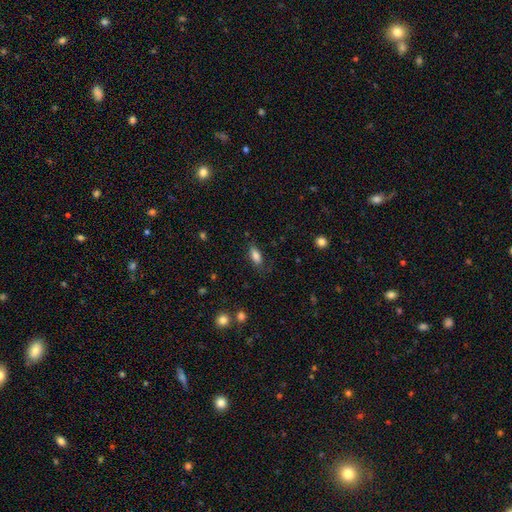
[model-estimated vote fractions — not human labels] Smooth or featured?
  - smooth: 83% *
  - star or artifact: 9%
  - featured or disk: 8%
How rounded?
  - in between: 82% *
  - cigar-shaped: 14%
  - round: 4%
Merging?
  - none: 76% *
  - minor disturbance: 17%
  - major disturbance: 5%
  - merger: 2%